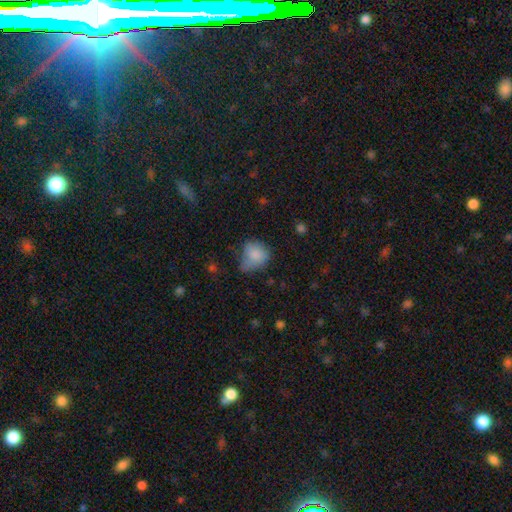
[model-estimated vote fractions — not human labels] Smooth or featured? smooth (78%)
How rounded? round (59%)
Merging? none (39%)